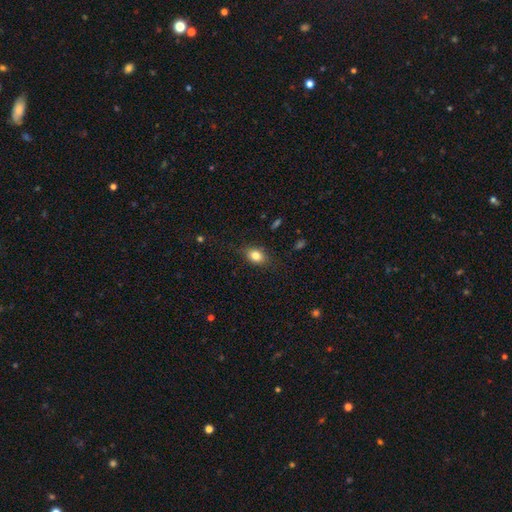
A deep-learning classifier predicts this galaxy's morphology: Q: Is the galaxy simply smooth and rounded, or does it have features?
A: smooth — 81%.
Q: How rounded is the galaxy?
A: in between — 71%.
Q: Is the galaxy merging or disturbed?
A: none — 80%.